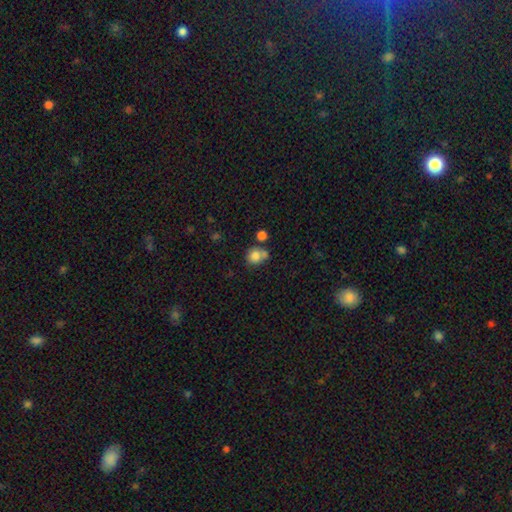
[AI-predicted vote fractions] The model was most divided on "merging": none: 48%, merger: 30%, minor disturbance: 16%, major disturbance: 6%. More confident: smooth or featured — smooth (81%); how rounded — round (76%).